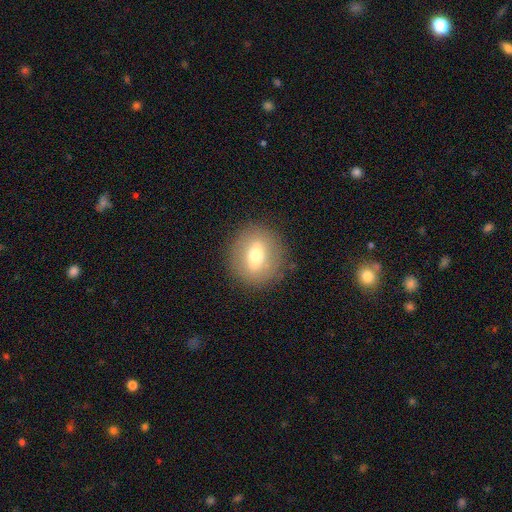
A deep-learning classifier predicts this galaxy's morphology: Q: Smooth or featured?
A: smooth (54%); runner-up: featured or disk (37%)
Q: How rounded?
A: round (72%); runner-up: in between (26%)
Q: Merging?
A: none (86%); runner-up: minor disturbance (9%)